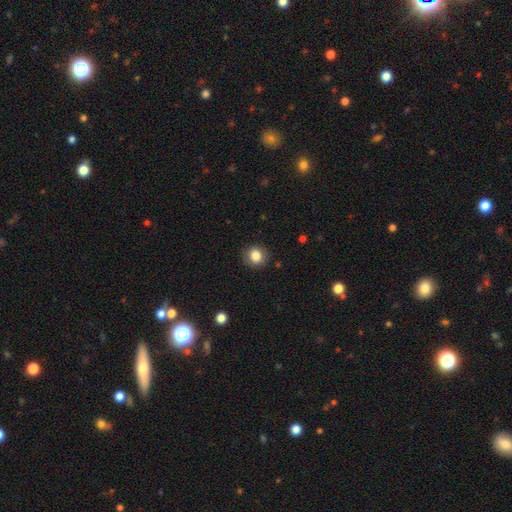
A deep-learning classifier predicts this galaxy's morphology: type=smooth (84%); roundness=round (77%); merging=none (86%).